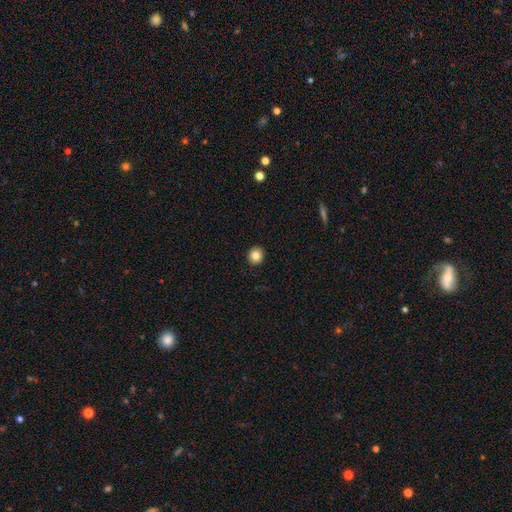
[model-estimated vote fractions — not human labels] Overall: smooth (83%). How rounded: round (87%). Merging: none (93%).